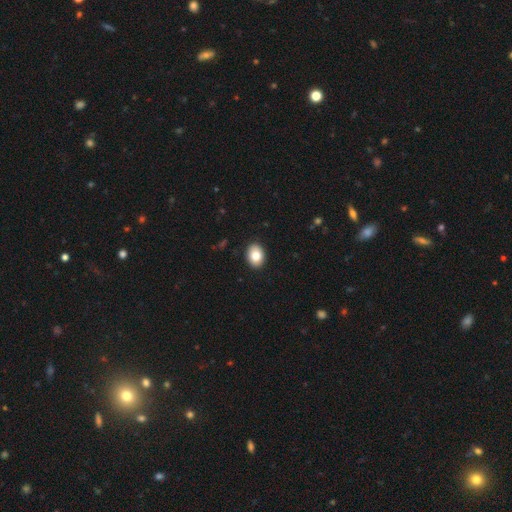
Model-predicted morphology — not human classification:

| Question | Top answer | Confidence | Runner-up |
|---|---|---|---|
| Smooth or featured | smooth | 82% | featured or disk (10%) |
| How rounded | in between | 71% | round (28%) |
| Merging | none | 91% | minor disturbance (7%) |